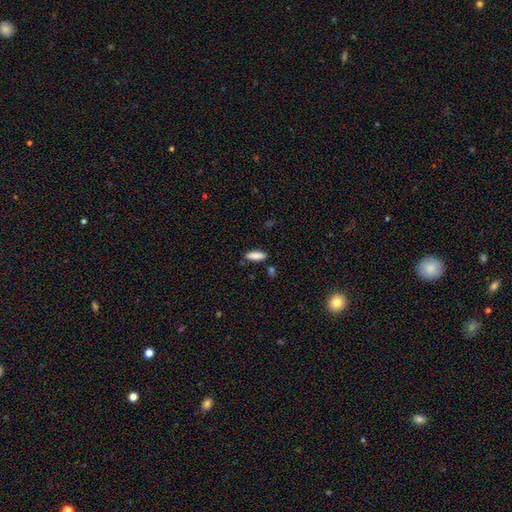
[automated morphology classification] smooth-or-featured: smooth: 86% | featured or disk: 7% | star or artifact: 7%
  how-rounded: in between: 54% | cigar-shaped: 44% | round: 2%
  merging: none: 83% | minor disturbance: 11% | merger: 3% | major disturbance: 2%